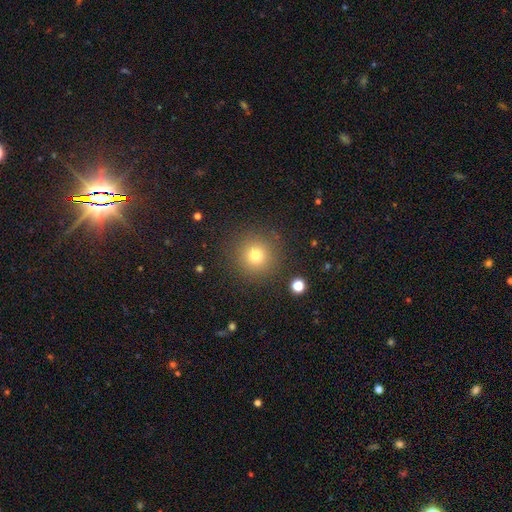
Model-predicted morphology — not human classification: Smooth or featured: smooth — 76% (star or artifact — 16%)
How rounded: round — 95% (in between — 4%)
Merging: none — 89% (minor disturbance — 7%)